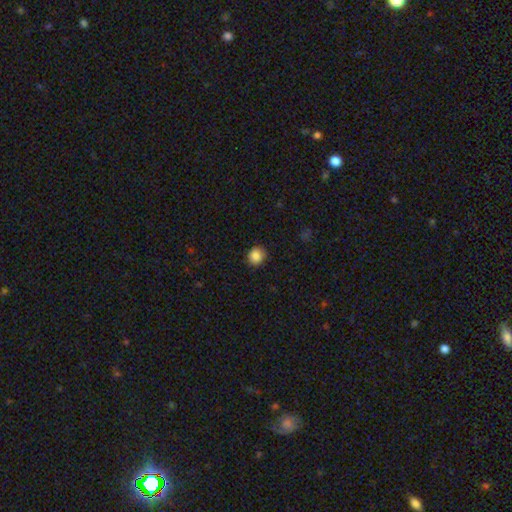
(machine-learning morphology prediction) smooth_or_featured: smooth (p=0.86) [alt: star or artifact p=0.10]
how_rounded: round (p=0.83) [alt: in between p=0.17]
merging: none (p=0.84) [alt: minor disturbance p=0.13]